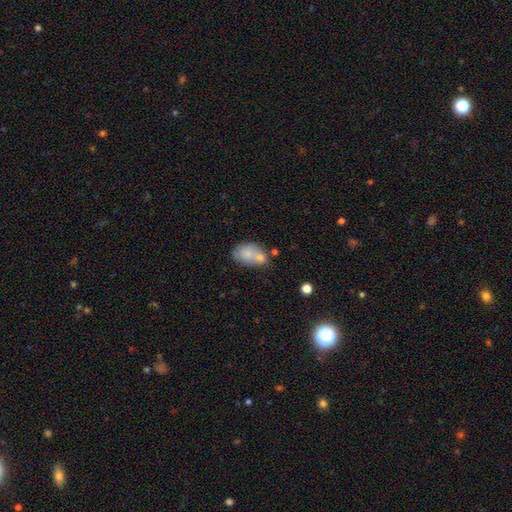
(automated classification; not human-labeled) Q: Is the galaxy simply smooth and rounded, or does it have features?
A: smooth — 73%.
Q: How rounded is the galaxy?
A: in between — 83%.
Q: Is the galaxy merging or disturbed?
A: merger — 37%, tied with none.